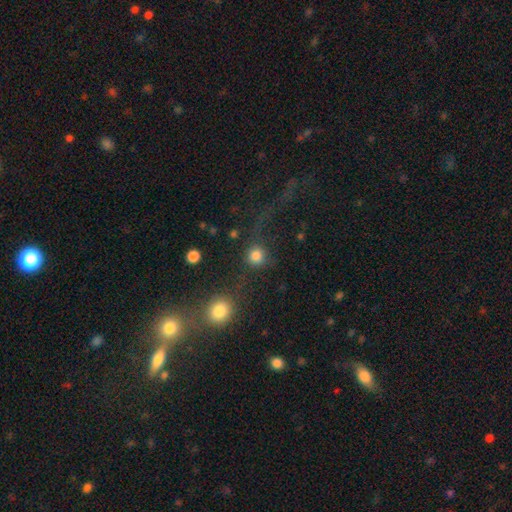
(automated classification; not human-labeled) Overall: smooth (82%). How rounded: round (91%). Merging: none (64%).